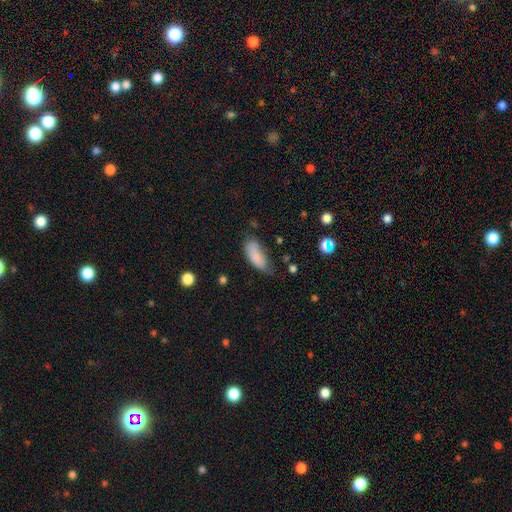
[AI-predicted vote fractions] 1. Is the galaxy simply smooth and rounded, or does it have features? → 83% smooth, 10% featured or disk, 8% star or artifact.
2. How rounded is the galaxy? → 84% in between, 14% cigar-shaped, 2% round.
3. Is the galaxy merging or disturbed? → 47% none, 38% minor disturbance, 13% major disturbance, 3% merger.